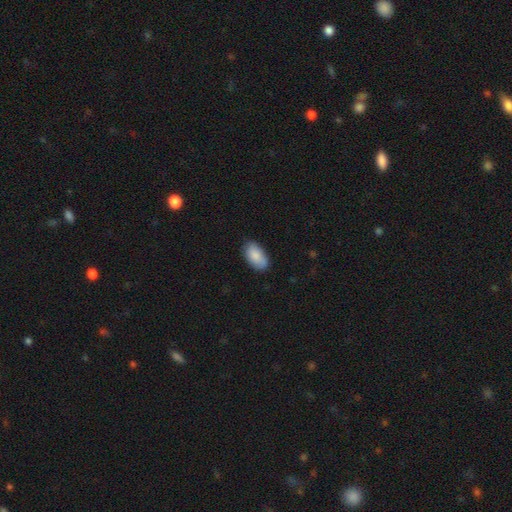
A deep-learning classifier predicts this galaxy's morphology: Smooth or featured: smooth — 84% (featured or disk — 10%)
How rounded: in between — 94% (round — 3%)
Merging: none — 80% (minor disturbance — 16%)